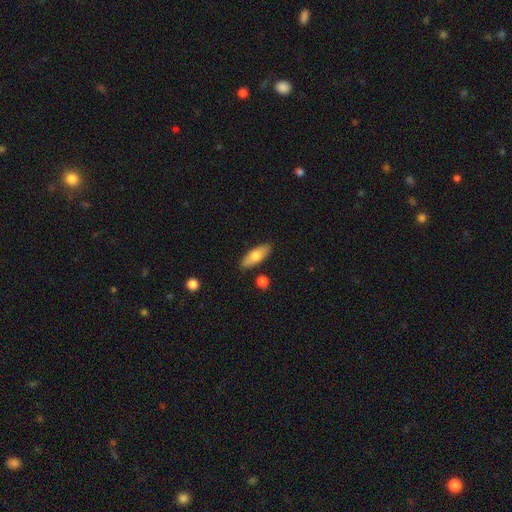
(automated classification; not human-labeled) Q: Smooth or featured?
A: smooth (70%); runner-up: featured or disk (24%)
Q: How rounded?
A: in between (71%); runner-up: cigar-shaped (26%)
Q: Merging?
A: none (86%); runner-up: minor disturbance (9%)